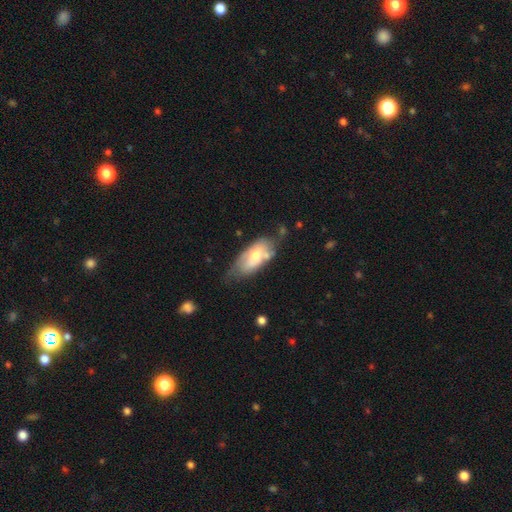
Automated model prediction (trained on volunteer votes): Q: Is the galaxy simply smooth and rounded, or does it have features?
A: smooth — 55%.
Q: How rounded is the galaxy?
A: in between — 89%.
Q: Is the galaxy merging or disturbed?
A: none — 42%.